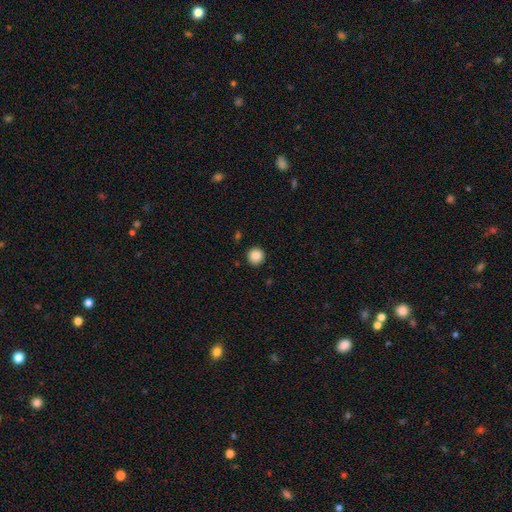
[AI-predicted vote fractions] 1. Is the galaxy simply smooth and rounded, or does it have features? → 87% smooth, 9% star or artifact, 3% featured or disk.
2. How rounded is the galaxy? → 92% round, 7% in between, 1% cigar-shaped.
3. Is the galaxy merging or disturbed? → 91% none, 6% minor disturbance, 2% major disturbance, 1% merger.